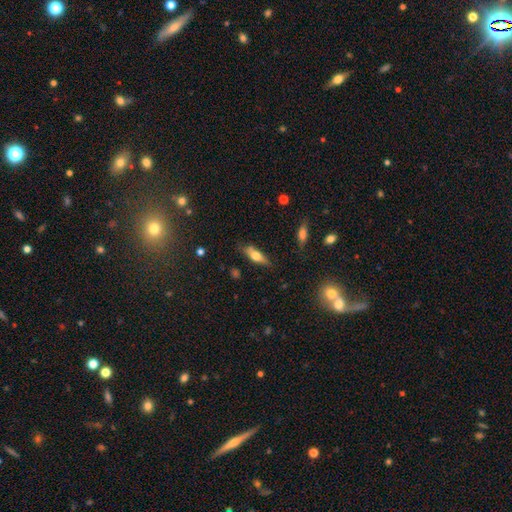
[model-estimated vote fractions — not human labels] Morphology: type=smooth (55%); roundness=in between (51%); merging=none (74%).